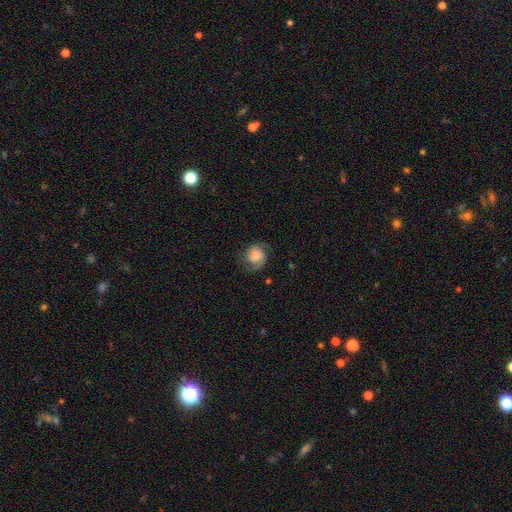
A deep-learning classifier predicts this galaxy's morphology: Q: Smooth or featured?
A: featured or disk (56%); runner-up: smooth (36%)
Q: Edge-on disk?
A: no (98%); runner-up: yes (2%)
Q: Bar?
A: no (66%); runner-up: weak (28%)
Q: Spiral arms?
A: yes (92%); runner-up: no (8%)
Q: Bulge size?
A: large (30%); runner-up: none (24%)
Q: Merging?
A: none (67%); runner-up: minor disturbance (20%)